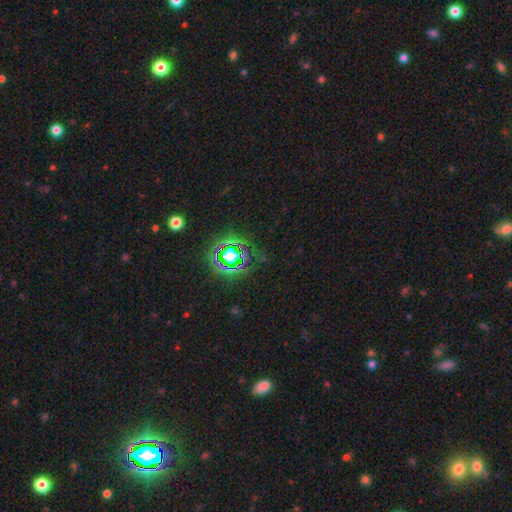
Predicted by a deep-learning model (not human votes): This is likely a star or artifact rather than a galaxy (79%).